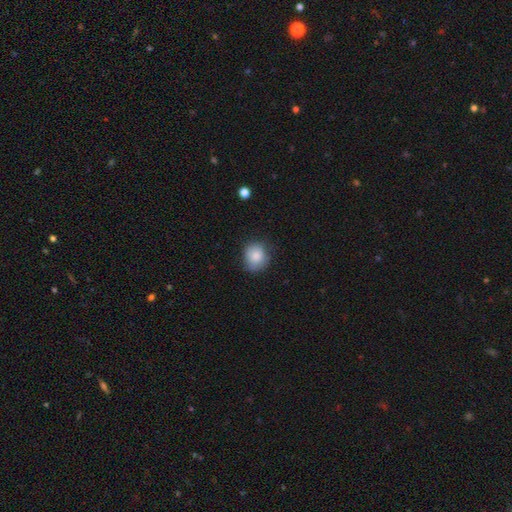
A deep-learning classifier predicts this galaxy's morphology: Q: Smooth or featured?
A: smooth (85%); runner-up: star or artifact (8%)
Q: How rounded?
A: round (75%); runner-up: in between (25%)
Q: Merging?
A: none (72%); runner-up: minor disturbance (22%)